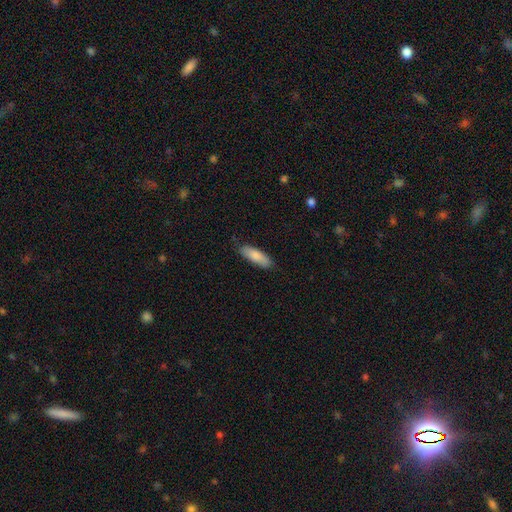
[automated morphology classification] Smooth or featured? smooth (84%)
How rounded? in between (53%)
Merging? none (83%)